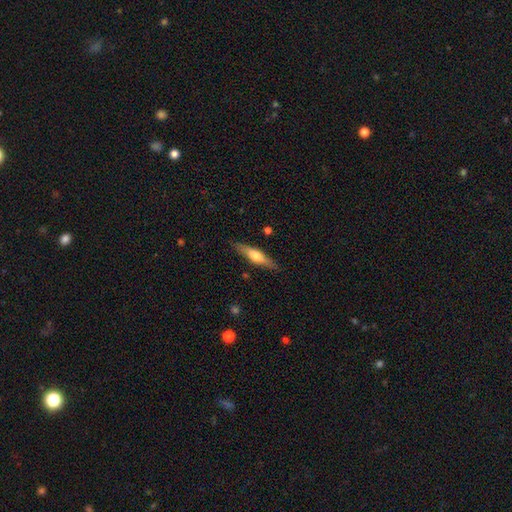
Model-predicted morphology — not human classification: Smooth or featured?
  - featured or disk: 55% *
  - smooth: 40%
  - star or artifact: 6%
Edge-on disk?
  - yes: 95% *
  - no: 5%
Edge-on bulge?
  - rounded: 89% *
  - boxy: 7%
  - none: 5%
Merging?
  - none: 88% *
  - minor disturbance: 9%
  - major disturbance: 2%
  - merger: 1%